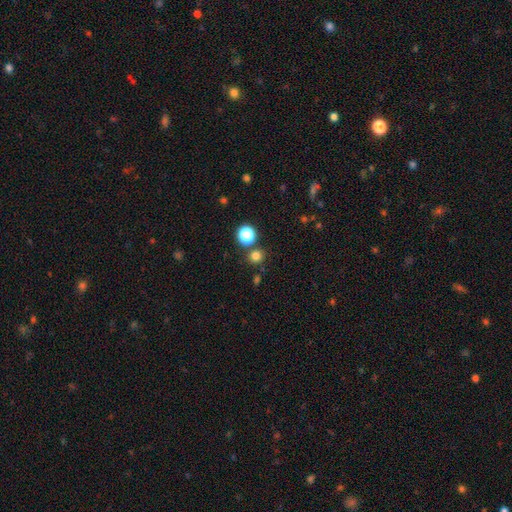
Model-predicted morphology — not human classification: Smooth or featured?
  - smooth: 76% *
  - star or artifact: 19%
  - featured or disk: 5%
How rounded?
  - round: 90% *
  - in between: 9%
  - cigar-shaped: 1%
Merging?
  - none: 79% *
  - merger: 11%
  - minor disturbance: 7%
  - major disturbance: 3%